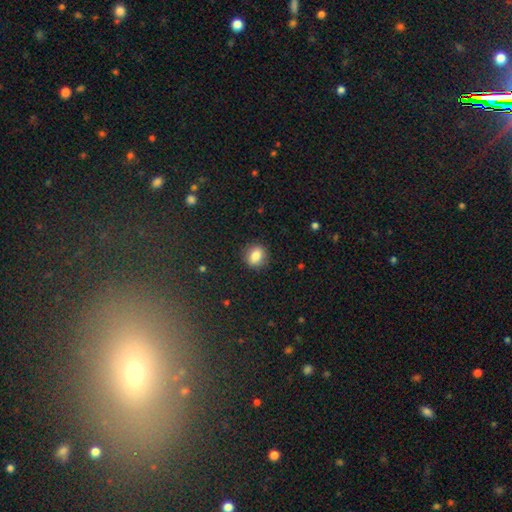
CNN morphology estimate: This is clearly a smooth galaxy (83%). How rounded: likely round (69%). Merging: clearly none (88%).